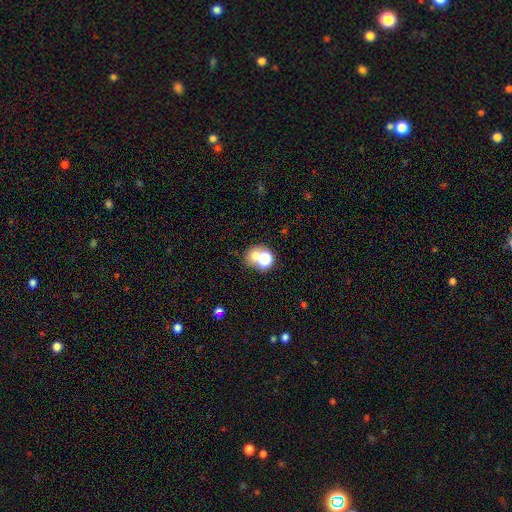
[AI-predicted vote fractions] This is likely a smooth galaxy (62%). How rounded: likely round (70%). Merging: marginally none (44%, tied with merger).